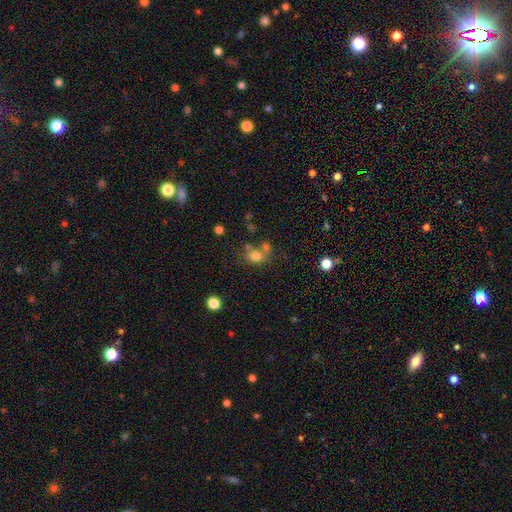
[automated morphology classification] Smooth or featured?
  - smooth: 74% *
  - star or artifact: 14%
  - featured or disk: 12%
How rounded?
  - round: 60% *
  - in between: 39%
  - cigar-shaped: 1%
Merging?
  - none: 47% *
  - merger: 32%
  - minor disturbance: 13%
  - major disturbance: 7%